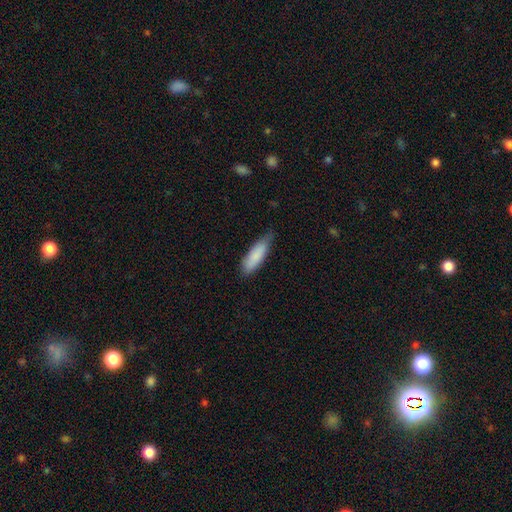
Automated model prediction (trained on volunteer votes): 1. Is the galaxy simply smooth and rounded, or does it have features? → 86% smooth, 8% featured or disk, 5% star or artifact.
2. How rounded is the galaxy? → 52% cigar-shaped, 47% in between, 1% round.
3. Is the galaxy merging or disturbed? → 65% none, 30% minor disturbance, 4% major disturbance, 1% merger.